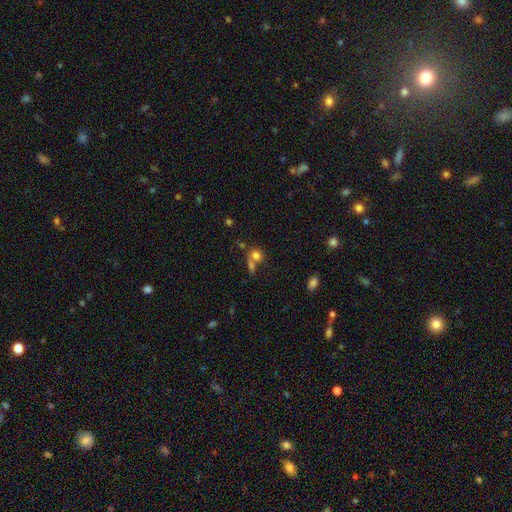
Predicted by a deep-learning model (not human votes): A smooth galaxy with no disk features (69%) that is round (74%). Merging: none (49%).